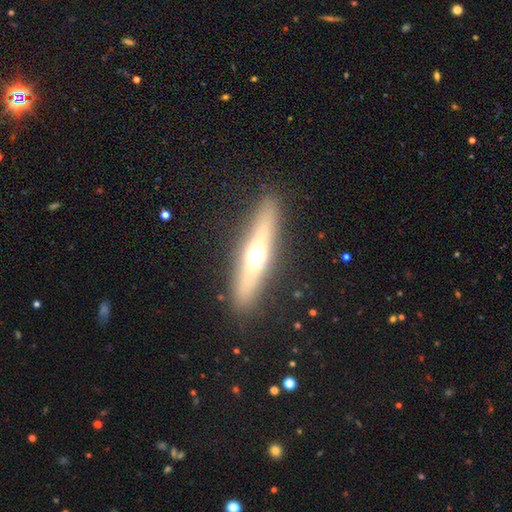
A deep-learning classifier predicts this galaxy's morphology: This appears to be a featured or disk galaxy (50%). Merging: none (89%).